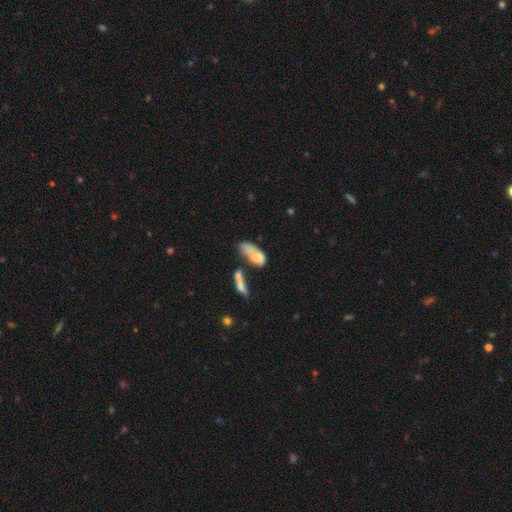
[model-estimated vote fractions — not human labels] smooth-or-featured: smooth: 63% | featured or disk: 28% | star or artifact: 9%
  how-rounded: in between: 79% | cigar-shaped: 17% | round: 4%
  merging: merger: 44% | none: 21% | major disturbance: 18% | minor disturbance: 17%